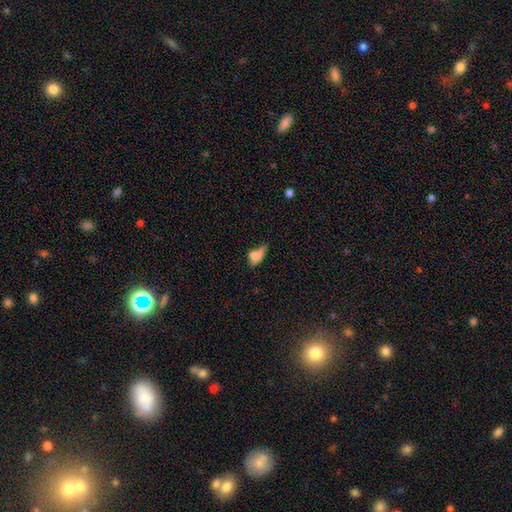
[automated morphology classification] type=smooth (68%); roundness=in between (73%); merging=none (31%).